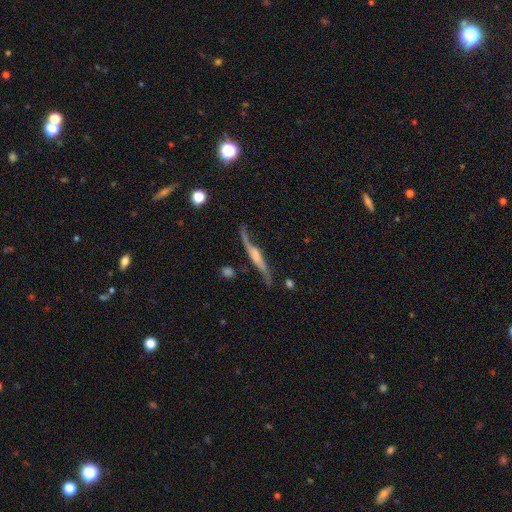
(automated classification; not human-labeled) Morphology: type=featured or disk (77%); edge-on=yes (68%); edge-on bulge=rounded (48%); merging=none (58%).